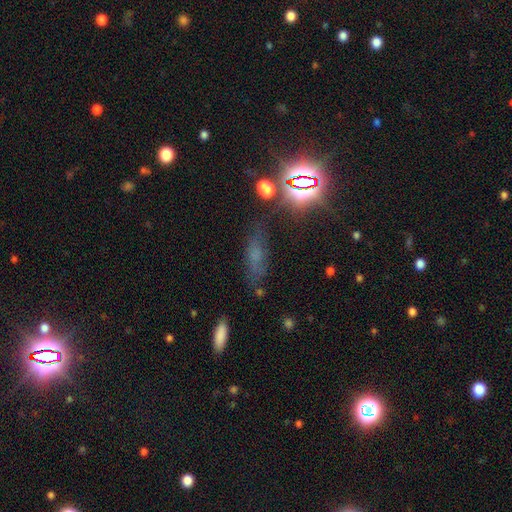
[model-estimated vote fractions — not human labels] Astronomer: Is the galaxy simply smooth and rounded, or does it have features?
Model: smooth — 42% (runner-up: star or artifact, 37%).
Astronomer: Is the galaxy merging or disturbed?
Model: none — 65%.